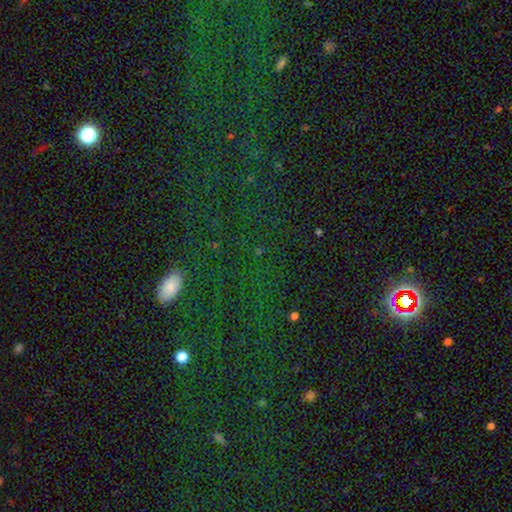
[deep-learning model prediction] Smooth or featured?
  - star or artifact: 59% *
  - smooth: 31%
  - featured or disk: 10%